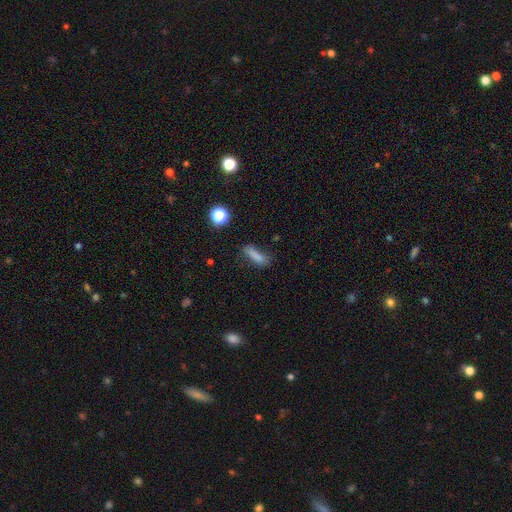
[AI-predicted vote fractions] Smooth or featured?
  - smooth: 78% *
  - star or artifact: 12%
  - featured or disk: 10%
How rounded?
  - cigar-shaped: 58% *
  - in between: 38%
  - round: 4%
Merging?
  - none: 60% *
  - minor disturbance: 25%
  - major disturbance: 11%
  - merger: 5%